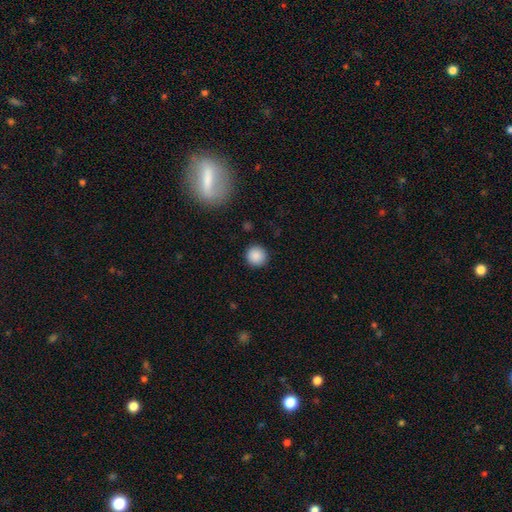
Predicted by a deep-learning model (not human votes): smooth_or_featured: smooth (p=0.88) [alt: star or artifact p=0.09]
how_rounded: round (p=0.94) [alt: in between p=0.05]
merging: none (p=0.91) [alt: minor disturbance p=0.06]